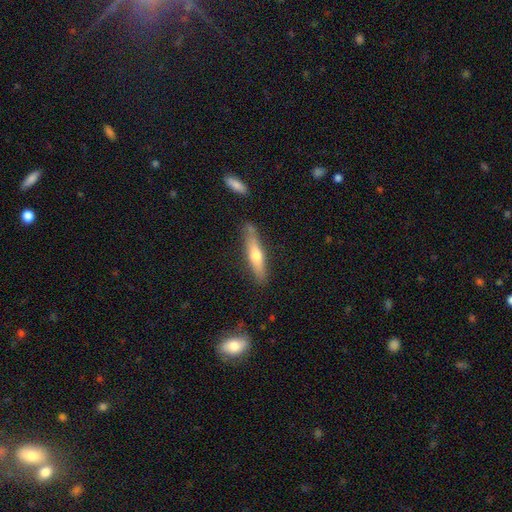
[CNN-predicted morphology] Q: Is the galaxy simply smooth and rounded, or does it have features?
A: smooth — 52%.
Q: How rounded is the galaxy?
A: cigar-shaped — 83%.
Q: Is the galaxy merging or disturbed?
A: none — 77%.